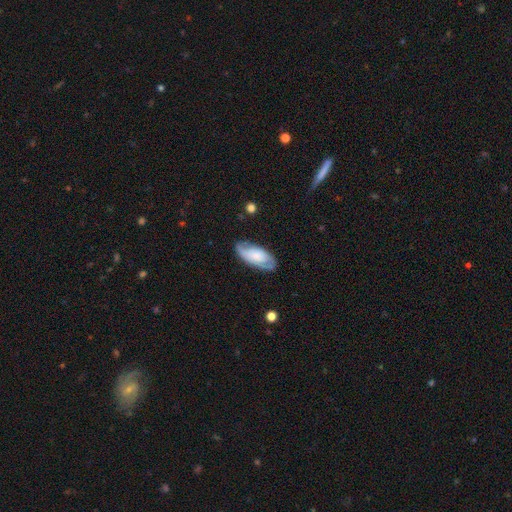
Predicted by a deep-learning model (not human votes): Smooth or featured? Predicted: featured or disk (p=0.47). Merging? Predicted: none (p=0.66).